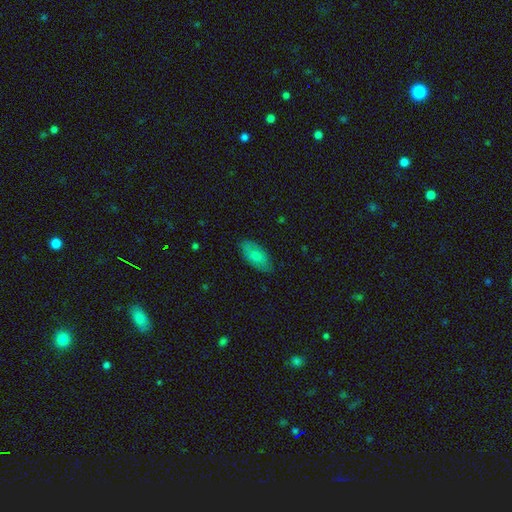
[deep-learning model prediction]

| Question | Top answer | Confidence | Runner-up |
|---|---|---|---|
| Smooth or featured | smooth | 80% | featured or disk (13%) |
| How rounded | in between | 90% | cigar-shaped (7%) |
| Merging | none | 82% | minor disturbance (14%) |